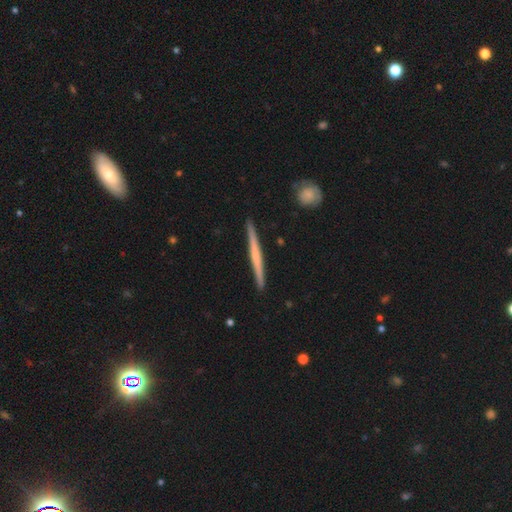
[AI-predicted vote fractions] smooth-or-featured: featured or disk: 59% | smooth: 36% | star or artifact: 5%
  disk-edge-on: yes: 98% | no: 2%
    edge-on-bulge: none: 71% | rounded: 22% | boxy: 7%
  merging: none: 92% | minor disturbance: 6% | merger: 1% | major disturbance: 1%